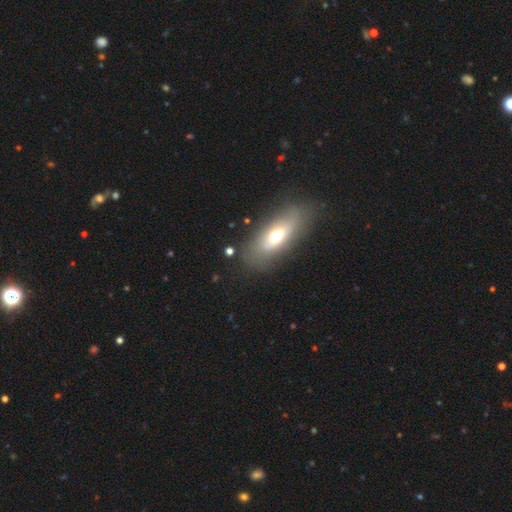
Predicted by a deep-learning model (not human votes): smooth_or_featured: smooth (p=0.50) [alt: featured or disk p=0.37]
how_rounded: in between (p=0.73) [alt: cigar-shaped p=0.21]
merging: none (p=0.81) [alt: minor disturbance p=0.13]